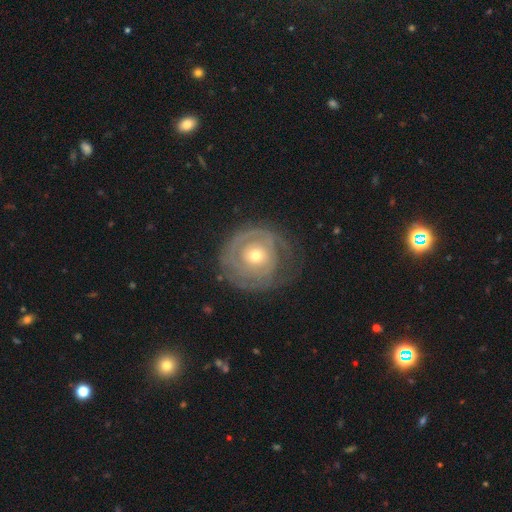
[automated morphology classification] featured or disk 73%, smooth 22%, star or artifact 5%. Down the decision tree: edge-on disk — no (97%); bar — no (82%); spiral arms — yes (72%); spiral arm count — can't tell (44%); spiral winding — tight (77%); bulge size — moderate (55%); merging — none (66%).